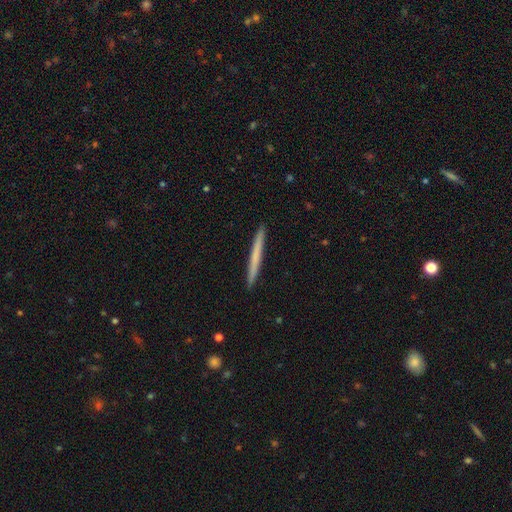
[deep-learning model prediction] Overall: smooth (61%; featured or disk 34%). How rounded: cigar-shaped (98%). Merging: none (93%).